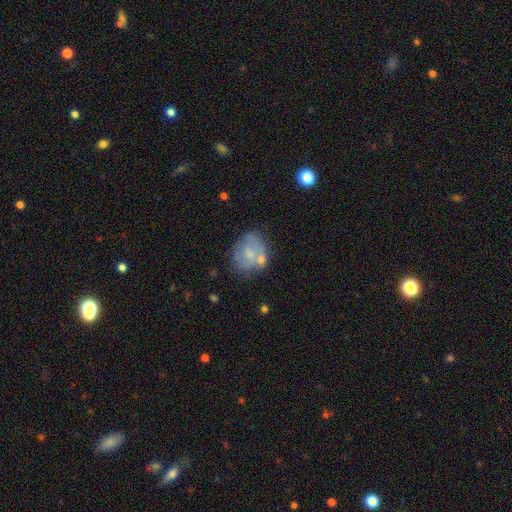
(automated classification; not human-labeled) Smooth or featured: smooth — 50% (featured or disk — 41%)
How rounded: round — 61% (in between — 37%)
Merging: none — 48% (minor disturbance — 23%)